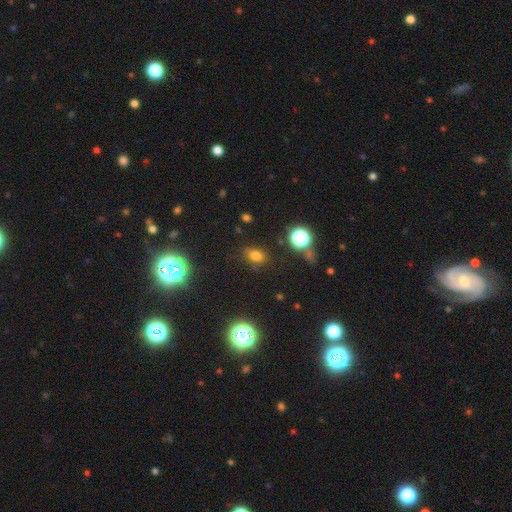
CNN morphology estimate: Q: Smooth or featured?
A: smooth (70%); runner-up: star or artifact (23%)
Q: How rounded?
A: in between (72%); runner-up: round (25%)
Q: Merging?
A: none (80%); runner-up: minor disturbance (13%)